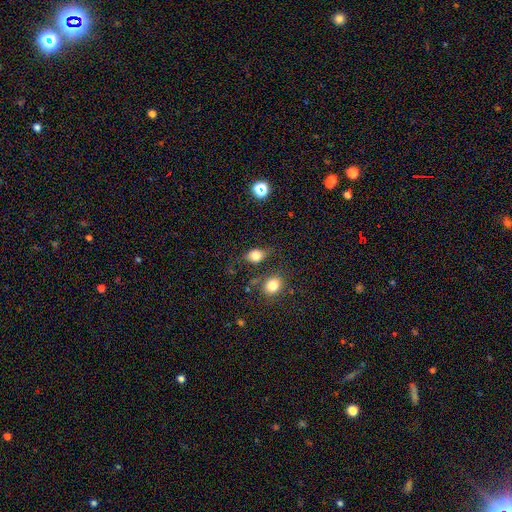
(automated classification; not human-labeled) Smooth or featured?
  - smooth: 80% *
  - star or artifact: 11%
  - featured or disk: 9%
How rounded?
  - in between: 69% *
  - round: 30%
  - cigar-shaped: 2%
Merging?
  - none: 68% *
  - minor disturbance: 19%
  - major disturbance: 7%
  - merger: 7%